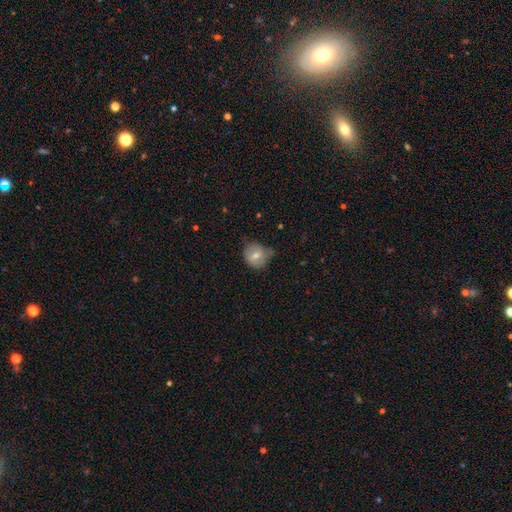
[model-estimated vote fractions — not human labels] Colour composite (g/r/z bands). It shows a smooth galaxy with no disk features (70%) that is round (76%). Merging: none (50%).